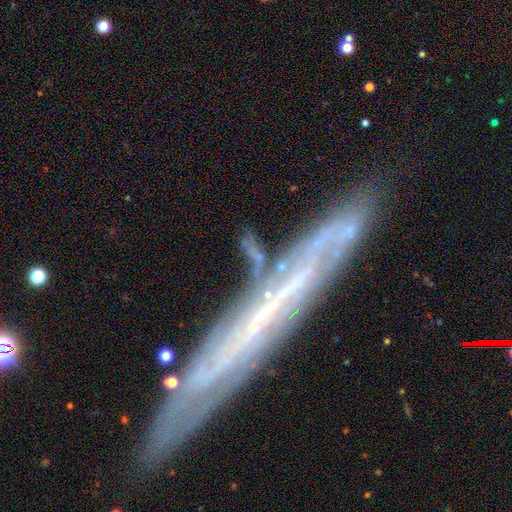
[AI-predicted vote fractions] This is possibly a featured or disk galaxy (57%). It is likely viewed edge-on (60%). Merging: likely none (69%).